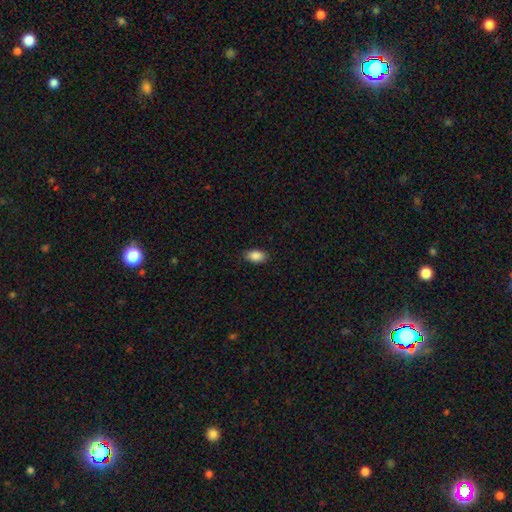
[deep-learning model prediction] A smooth galaxy with no disk features (89%) that is in between round and cigar-shaped (91%). Merging: none (85%).